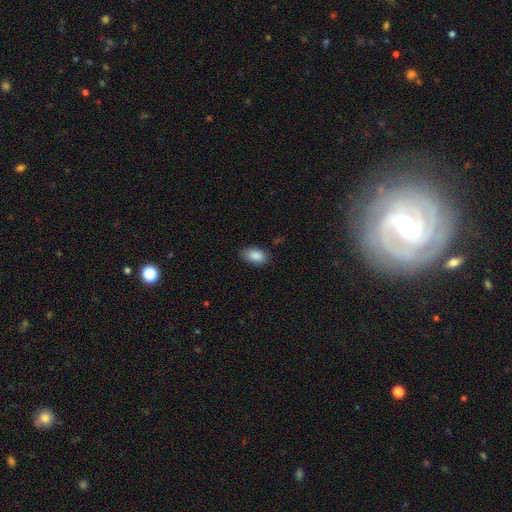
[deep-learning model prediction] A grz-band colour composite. It shows a smooth galaxy with no disk features (89%) that is in between round and cigar-shaped (93%). Merging: none (83%).